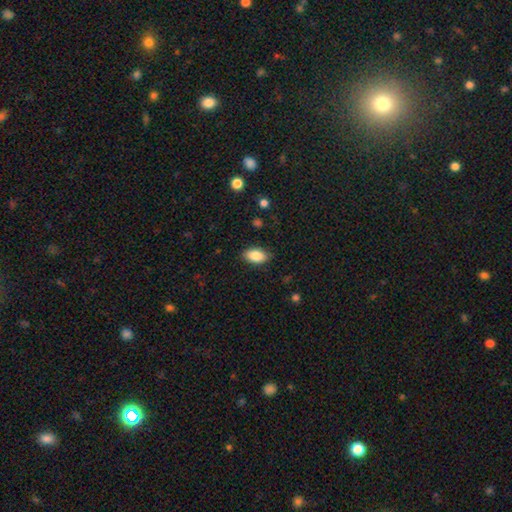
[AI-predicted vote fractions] A smooth galaxy with no disk features (86%) that is in between round and cigar-shaped (92%).

Vote fractions:
- Smooth or featured? smooth: 86% / star or artifact: 7% / featured or disk: 6%
- How rounded? in between: 92% / round: 6% / cigar-shaped: 2%
- Merging? none: 86% / minor disturbance: 10% / major disturbance: 2% / merger: 1%